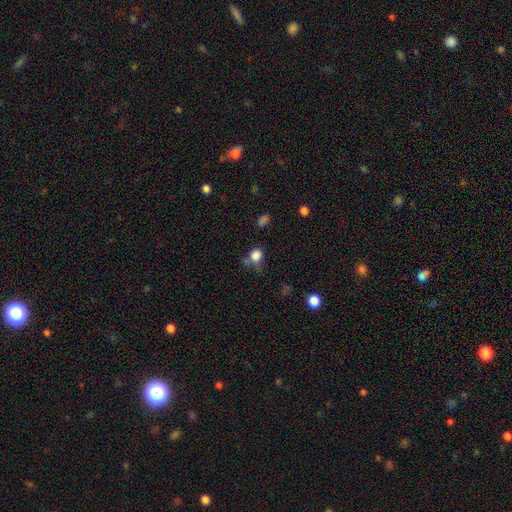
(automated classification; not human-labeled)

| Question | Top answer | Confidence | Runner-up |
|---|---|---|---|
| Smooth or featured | smooth | 82% | star or artifact (12%) |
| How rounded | round | 63% | in between (35%) |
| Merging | none | 52% | minor disturbance (27%) |